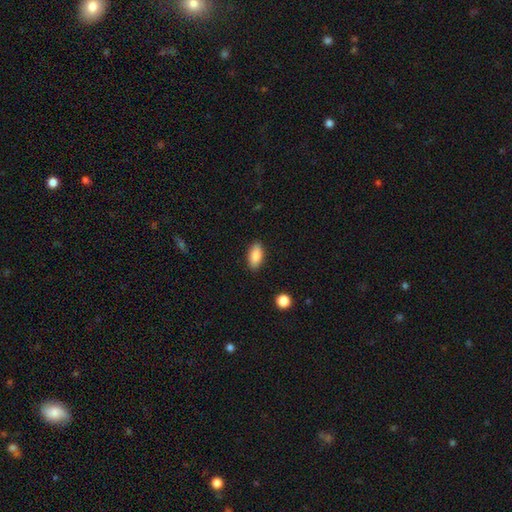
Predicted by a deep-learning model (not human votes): This is clearly a smooth galaxy (88%). How rounded: clearly in between (90%). Merging: clearly none (87%).